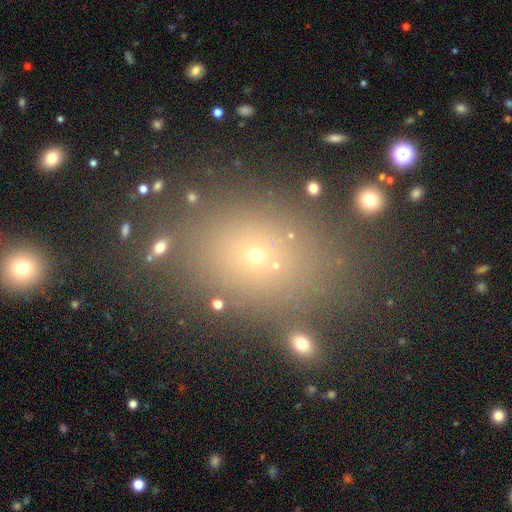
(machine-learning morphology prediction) Smooth or featured?
  - smooth: 56% *
  - star or artifact: 31%
  - featured or disk: 13%
How rounded?
  - in between: 58% *
  - round: 40%
  - cigar-shaped: 2%
Merging?
  - none: 82% *
  - minor disturbance: 10%
  - major disturbance: 5%
  - merger: 4%